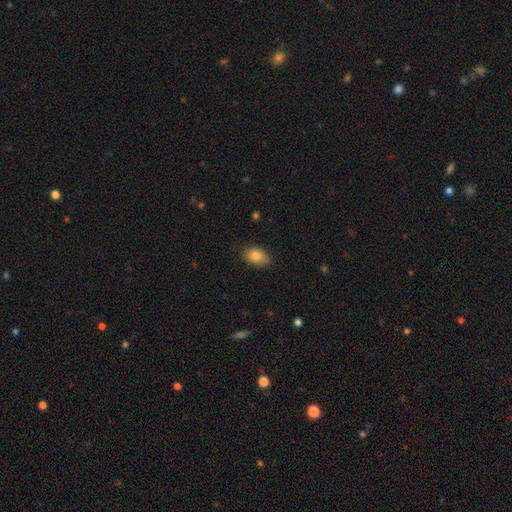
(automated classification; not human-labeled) smooth-or-featured: smooth: 82% | featured or disk: 10% | star or artifact: 8%
  how-rounded: in between: 88% | round: 11% | cigar-shaped: 1%
  merging: none: 83% | minor disturbance: 14% | major disturbance: 2% | merger: 1%